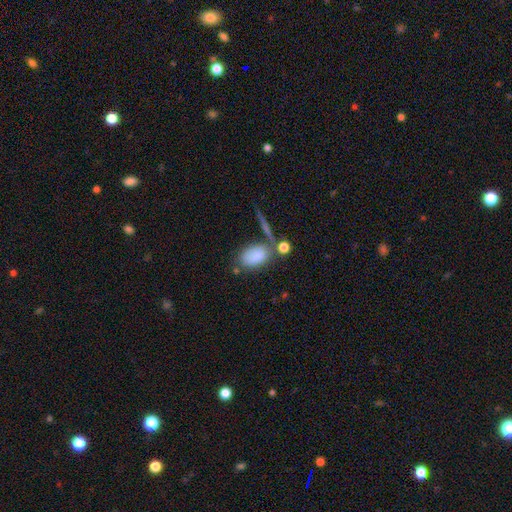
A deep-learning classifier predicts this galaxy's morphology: smooth-or-featured: smooth: 82% | featured or disk: 9% | star or artifact: 8%
  how-rounded: in between: 87% | round: 10% | cigar-shaped: 3%
  merging: none: 56% | merger: 19% | minor disturbance: 16% | major disturbance: 8%